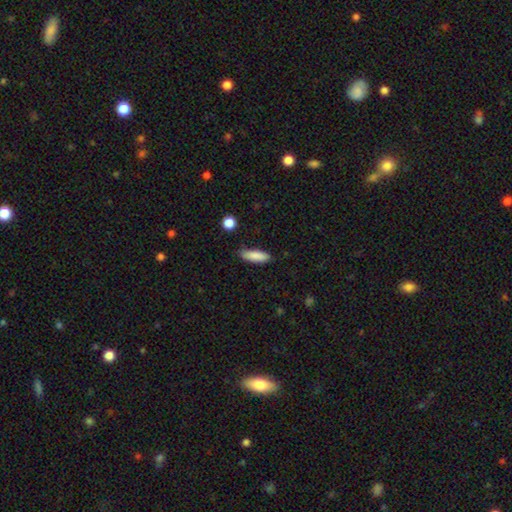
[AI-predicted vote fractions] Smooth or featured?
  - smooth: 87% *
  - featured or disk: 7%
  - star or artifact: 6%
How rounded?
  - cigar-shaped: 49% * (tied)
  - in between: 49% * (tied)
  - round: 2%
Merging?
  - none: 83% *
  - minor disturbance: 13%
  - major disturbance: 2%
  - merger: 2%